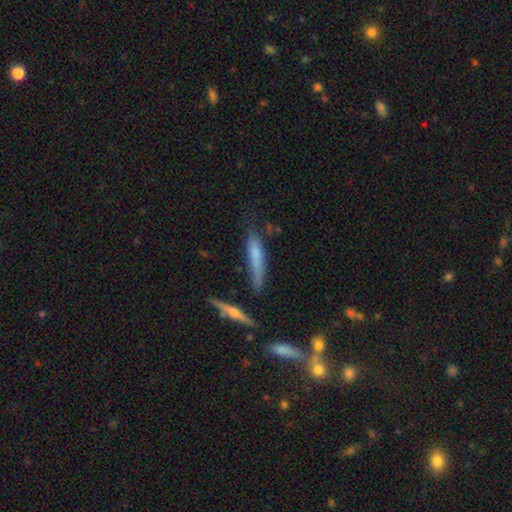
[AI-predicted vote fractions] A smooth galaxy with no disk features (60%) that is cigar-shaped (84%). Merging: none (56%).